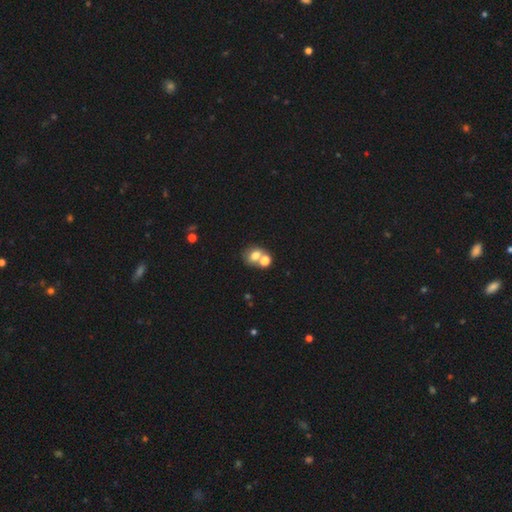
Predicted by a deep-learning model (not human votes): This is likely a smooth galaxy (71%). How rounded: possibly round (57%). Merging: possibly merger (46%).